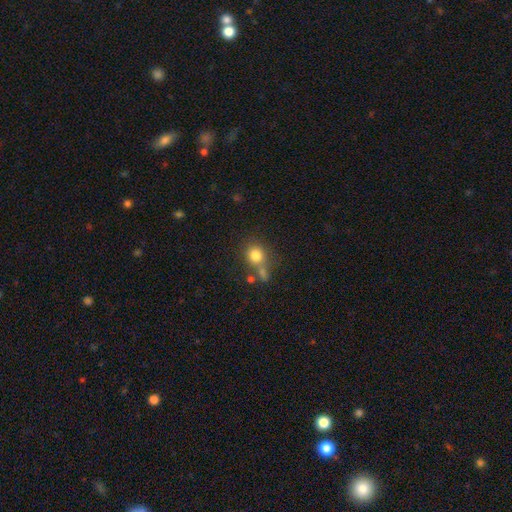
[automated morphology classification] Overall: smooth (81%). How rounded: round (83%). Merging: none (56%; merger 24%).